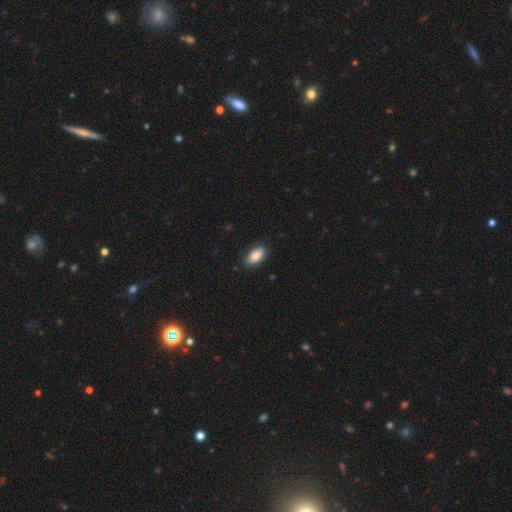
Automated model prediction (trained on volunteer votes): Smooth or featured? Predicted: smooth (p=0.86). How rounded? Predicted: in between (p=0.91). Merging? Predicted: none (p=0.83).